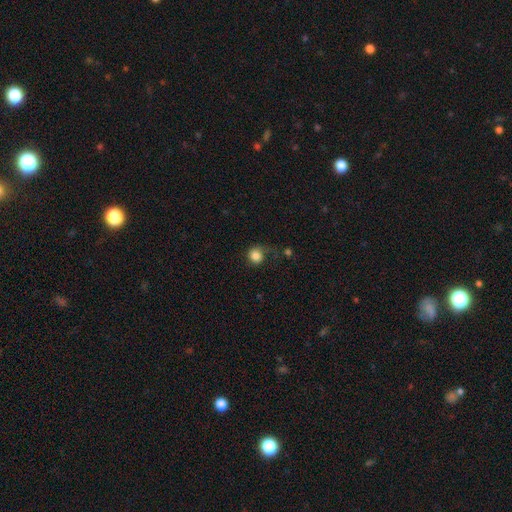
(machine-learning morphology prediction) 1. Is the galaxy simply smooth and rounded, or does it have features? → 82% smooth, 9% featured or disk, 9% star or artifact.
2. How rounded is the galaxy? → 85% round, 14% in between, 1% cigar-shaped.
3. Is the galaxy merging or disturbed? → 49% none, 24% major disturbance, 23% minor disturbance, 4% merger.